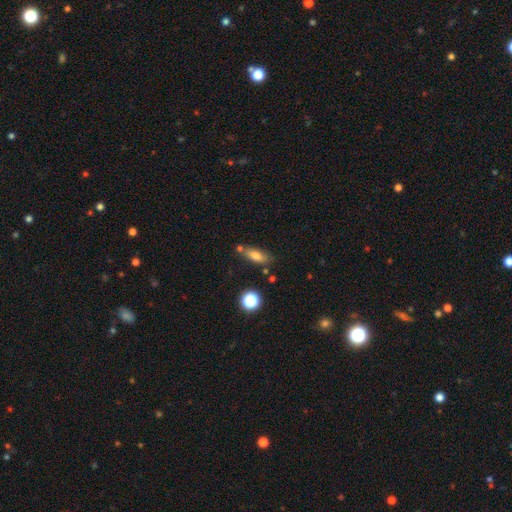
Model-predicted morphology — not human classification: This is likely a smooth galaxy (73%). How rounded: likely in between (66%). Merging: likely none (65%).